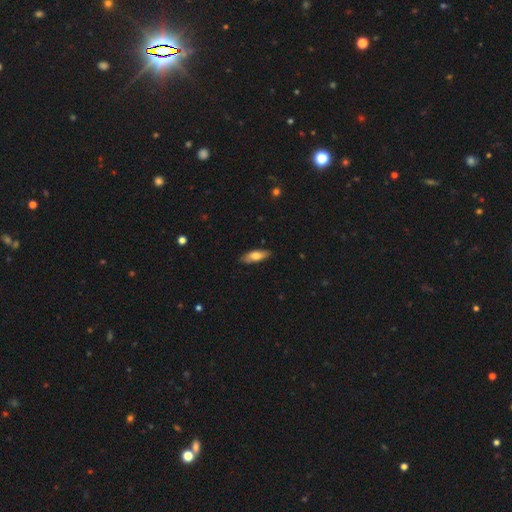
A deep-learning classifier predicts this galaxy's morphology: Smooth or featured? Predicted: smooth (p=0.70). How rounded? Predicted: in between (p=0.63). Merging? Predicted: none (p=0.85).